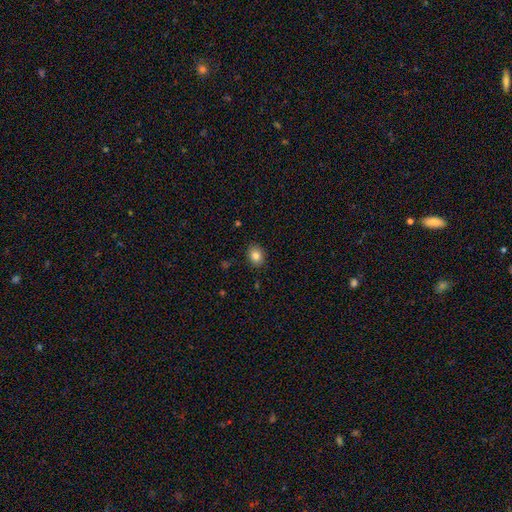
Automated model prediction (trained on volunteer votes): A smooth galaxy with no disk features (83%) that is in between round and cigar-shaped (53%). Merging: none (88%).